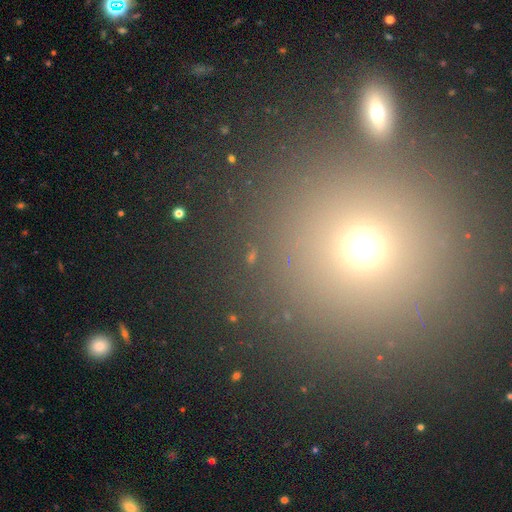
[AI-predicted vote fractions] Q: Smooth or featured?
A: star or artifact (47%); runner-up: smooth (44%)